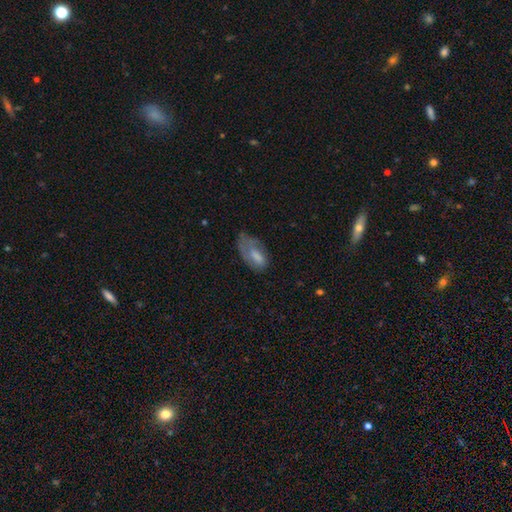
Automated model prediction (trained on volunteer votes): A smooth galaxy with no disk features (65%) that is in between round and cigar-shaped (86%). Merging: minor disturbance (33%, tied with none).